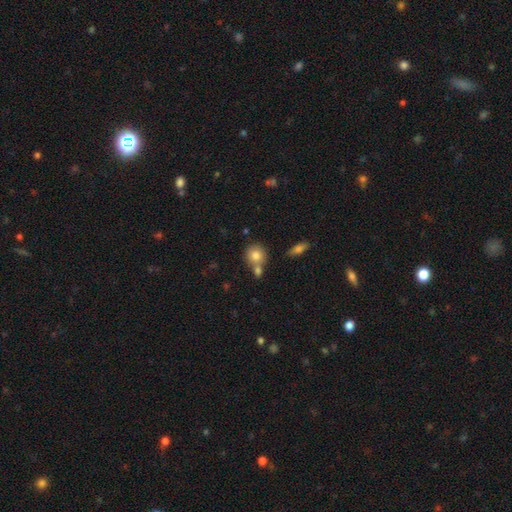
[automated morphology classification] Smooth or featured? Predicted: smooth (p=0.80). How rounded? Predicted: round (p=0.84). Merging? Predicted: none (p=0.55).